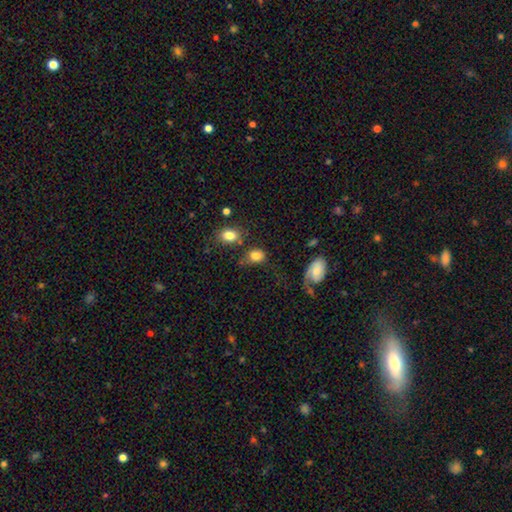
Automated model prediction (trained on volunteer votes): Q: Smooth or featured?
A: smooth (81%); runner-up: featured or disk (10%)
Q: How rounded?
A: in between (62%); runner-up: round (37%)
Q: Merging?
A: none (56%); runner-up: minor disturbance (21%)